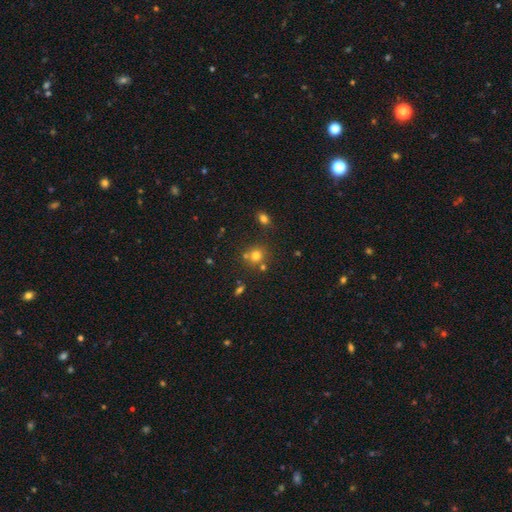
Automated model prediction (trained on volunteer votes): Smooth or featured? smooth (71%)
How rounded? round (82%)
Merging? none (63%)